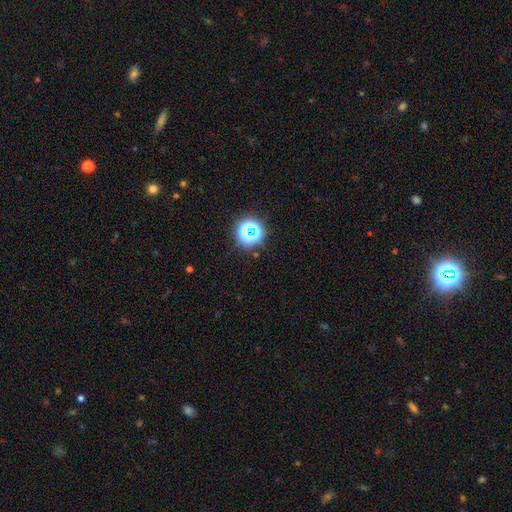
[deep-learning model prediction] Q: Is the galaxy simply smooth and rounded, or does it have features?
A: star or artifact — 64%.